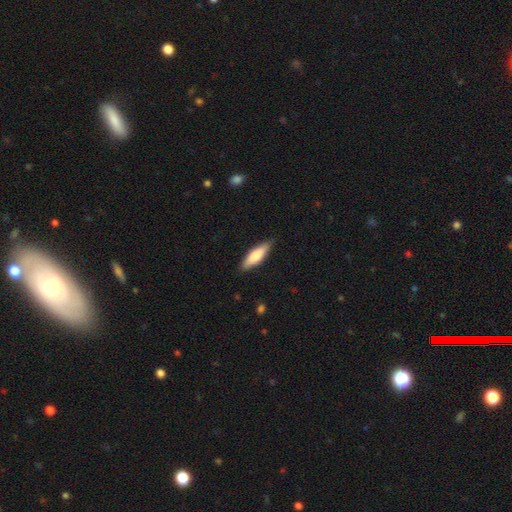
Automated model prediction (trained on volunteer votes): Smooth or featured? Predicted: smooth (p=0.73). How rounded? Predicted: in between (p=0.49, tied with cigar-shaped). Merging? Predicted: none (p=0.83).